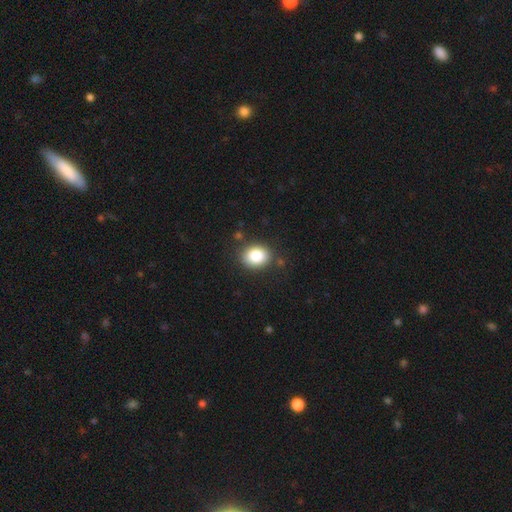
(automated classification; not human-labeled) The model was most divided on "how rounded": round: 54%, in between: 45%, cigar-shaped: 1%. More confident: smooth or featured — smooth (85%); merging — none (84%).